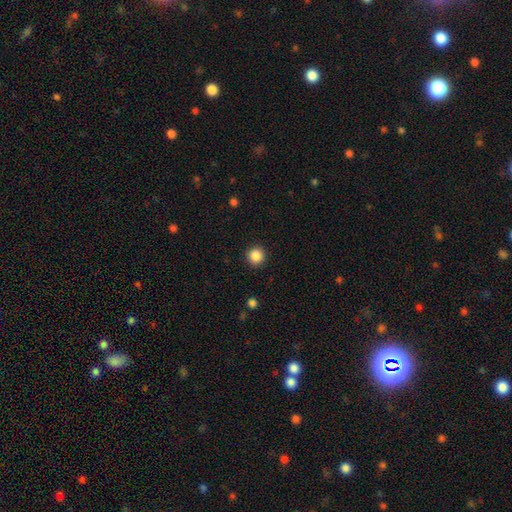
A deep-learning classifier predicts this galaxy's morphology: A smooth galaxy with no disk features (87%) that is round (95%). Merging: none (92%).